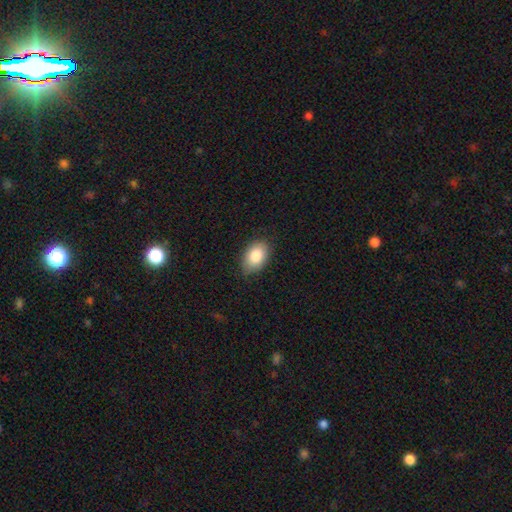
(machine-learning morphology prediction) Q: Smooth or featured?
A: smooth (86%); runner-up: featured or disk (7%)
Q: How rounded?
A: in between (91%); runner-up: round (8%)
Q: Merging?
A: none (79%); runner-up: minor disturbance (17%)